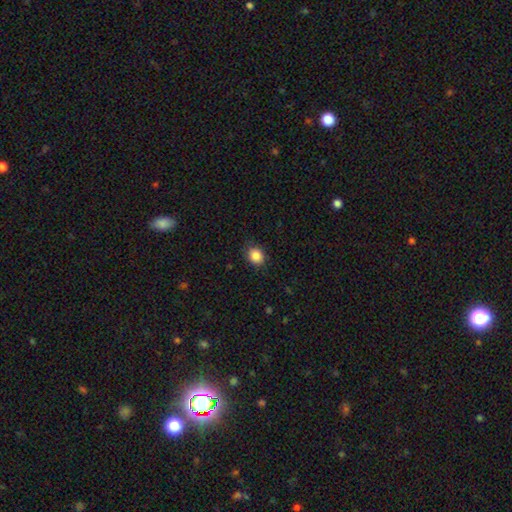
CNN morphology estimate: Smooth or featured: smooth — 86% (star or artifact — 9%)
How rounded: round — 60% (in between — 39%)
Merging: none — 84% (minor disturbance — 12%)